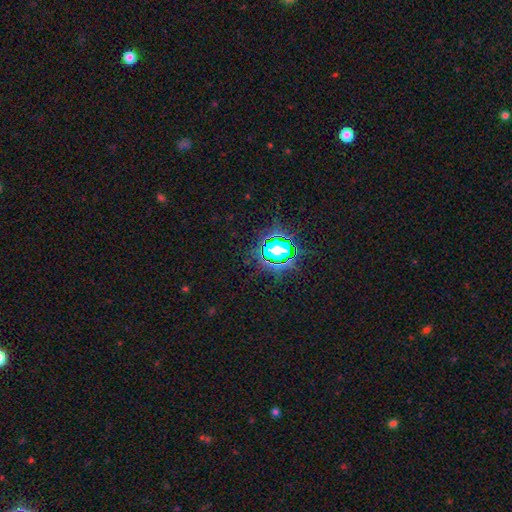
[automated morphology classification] Overall: star or artifact (80%).